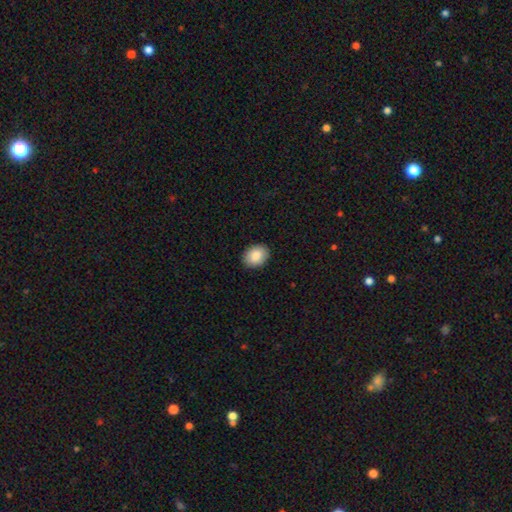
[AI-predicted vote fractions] Smooth or featured?
  - smooth: 88% *
  - star or artifact: 7%
  - featured or disk: 5%
How rounded?
  - in between: 72% *
  - round: 27%
  - cigar-shaped: 1%
Merging?
  - none: 89% *
  - minor disturbance: 8%
  - major disturbance: 2%
  - merger: 1%